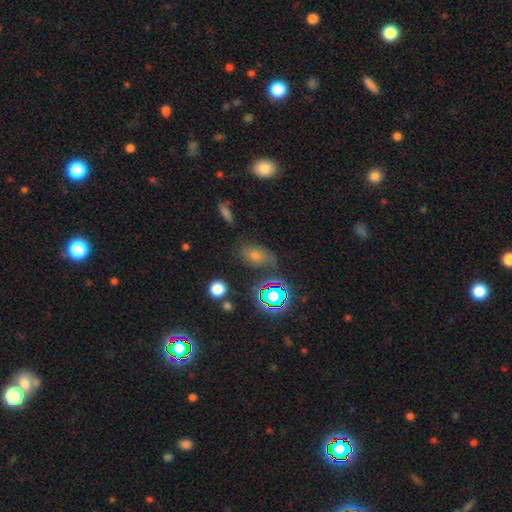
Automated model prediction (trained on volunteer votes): Q: Smooth or featured?
A: star or artifact (38%); runner-up: smooth (37%)